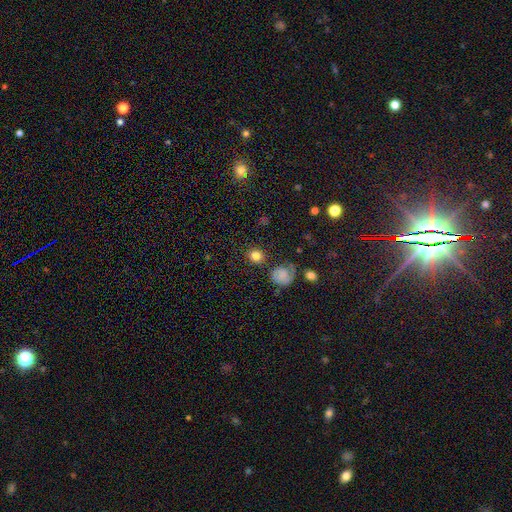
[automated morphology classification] A smooth galaxy with no disk features (82%) that is round (85%). Merging: none (84%).